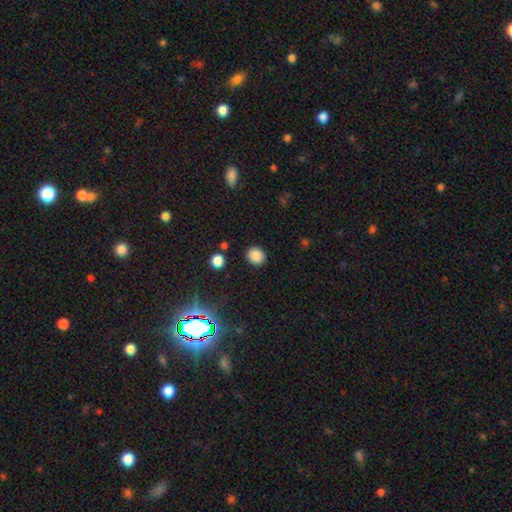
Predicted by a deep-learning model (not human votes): A smooth galaxy with no disk features (85%) that is round (71%). Merging: none (88%).